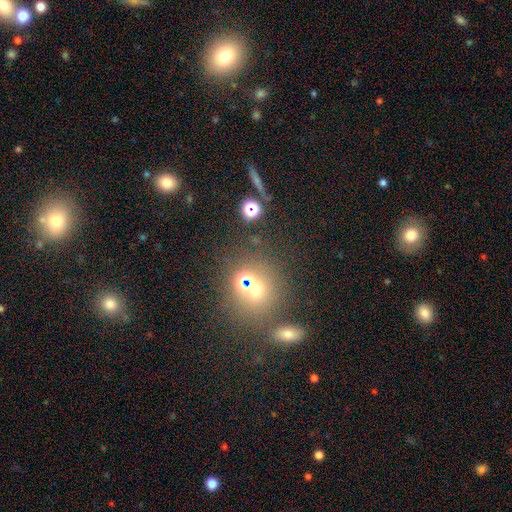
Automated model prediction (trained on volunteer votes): A smooth galaxy with no disk features (43%).

Vote fractions:
- Smooth or featured? smooth: 43% / star or artifact: 42% / featured or disk: 15%
- Merging? none: 57% / merger: 27% / minor disturbance: 10% / major disturbance: 6%